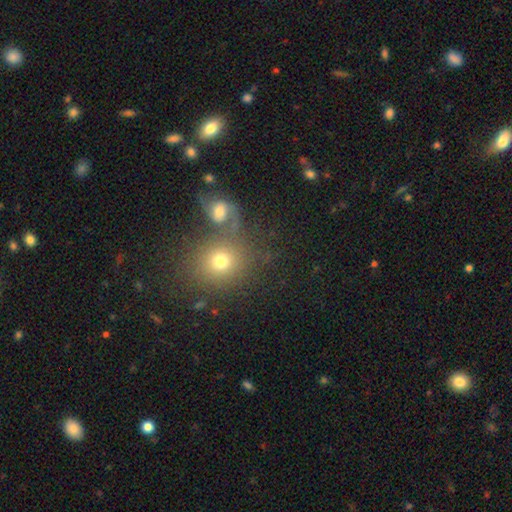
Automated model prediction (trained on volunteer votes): Overall: smooth (61%; star or artifact 29%). How rounded: round (83%). Merging: none (68%).